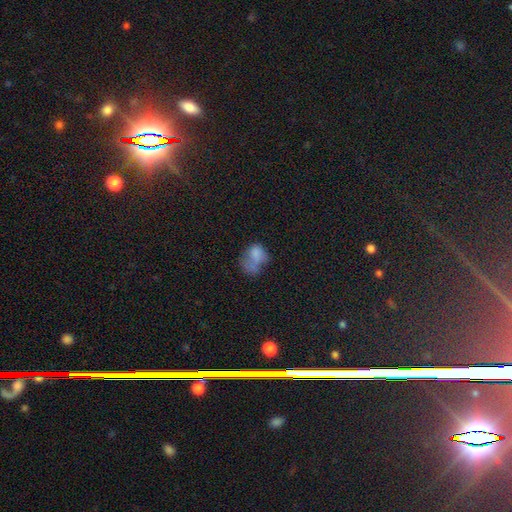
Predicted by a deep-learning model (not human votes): smooth 70%, featured or disk 17%, star or artifact 13%. Down the decision tree: how rounded — in between (63%); merging — major disturbance (30%).